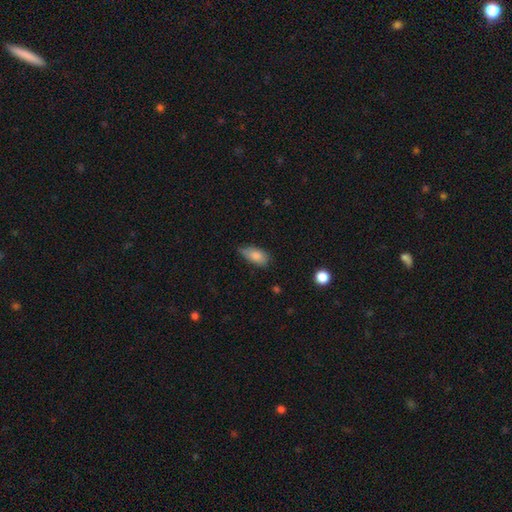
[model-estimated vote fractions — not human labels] A smooth galaxy with no disk features (82%) that is in between round and cigar-shaped (89%).

Vote fractions:
- Smooth or featured? smooth: 82% / featured or disk: 10% / star or artifact: 7%
- How rounded? in between: 89% / cigar-shaped: 8% / round: 4%
- Merging? none: 55% / minor disturbance: 36% / major disturbance: 6% / merger: 2%